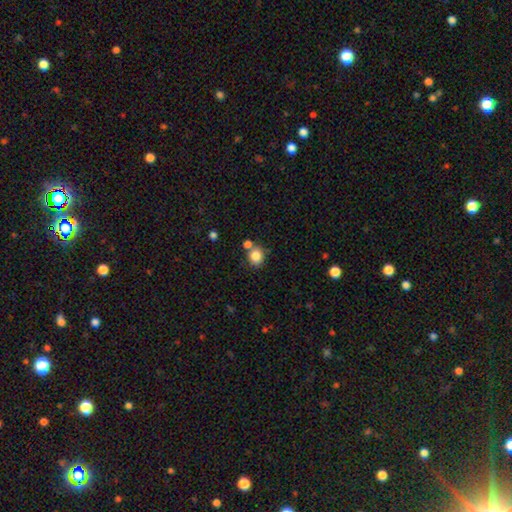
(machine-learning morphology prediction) Q: Smooth or featured?
A: smooth (84%); runner-up: star or artifact (10%)
Q: How rounded?
A: round (72%); runner-up: in between (27%)
Q: Merging?
A: none (64%); runner-up: merger (20%)